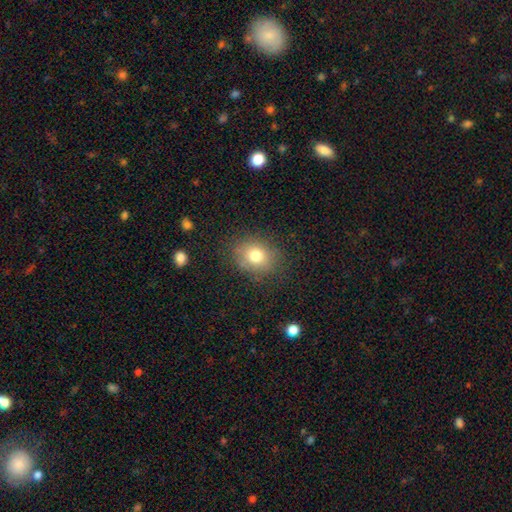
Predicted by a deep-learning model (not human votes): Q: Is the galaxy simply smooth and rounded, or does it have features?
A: smooth — 77%.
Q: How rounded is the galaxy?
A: round — 56%.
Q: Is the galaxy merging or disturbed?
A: none — 79%.